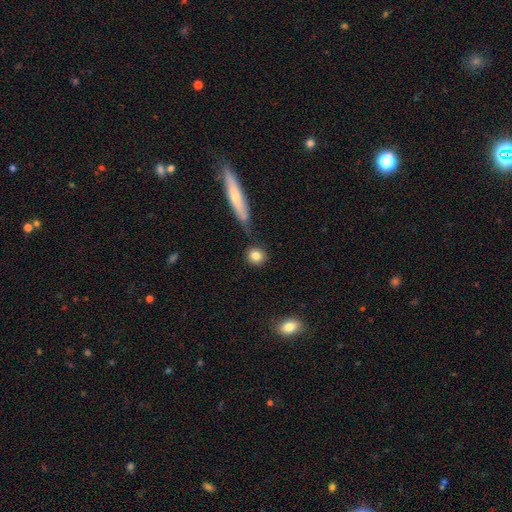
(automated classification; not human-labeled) A smooth galaxy with no disk features (82%) that is round (83%). Merging: none (79%).